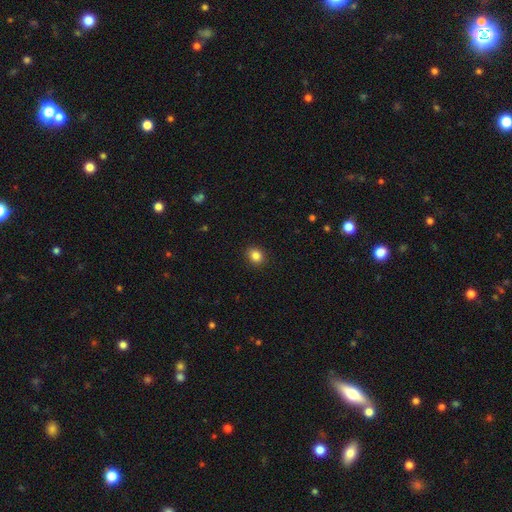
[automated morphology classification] Smooth or featured? smooth (85%)
How rounded? round (70%)
Merging? none (90%)